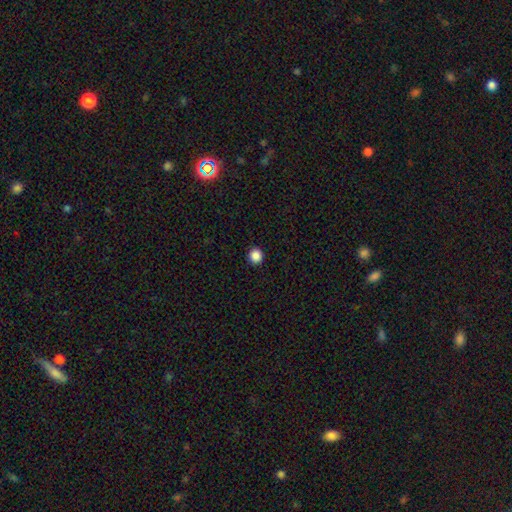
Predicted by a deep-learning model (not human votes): Morphology: type=smooth (87%); roundness=round (92%); merging=none (93%).